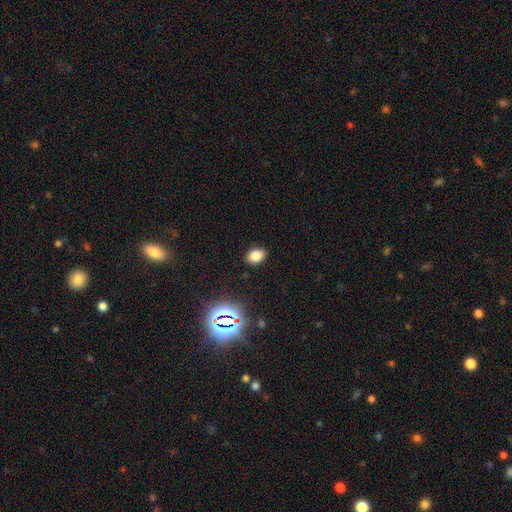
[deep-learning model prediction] A smooth galaxy with no disk features (80%) that is in between round and cigar-shaped (75%).

Vote fractions:
- Smooth or featured? smooth: 80% / star or artifact: 14% / featured or disk: 6%
- How rounded? in between: 75% / round: 24% / cigar-shaped: 1%
- Merging? none: 88% / minor disturbance: 8% / major disturbance: 2% / merger: 1%